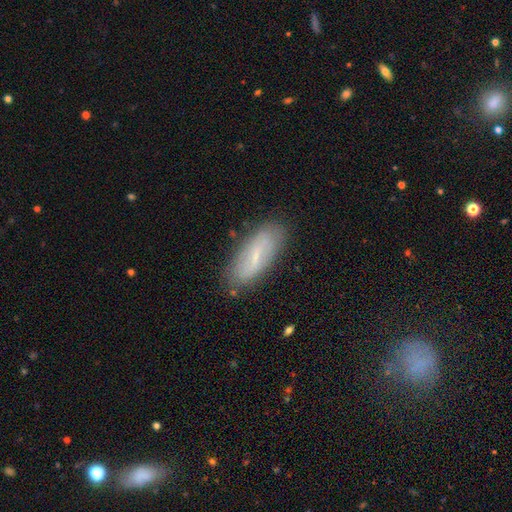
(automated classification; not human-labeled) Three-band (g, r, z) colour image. It shows a smooth galaxy with no disk features (49%). Merging: none (80%).